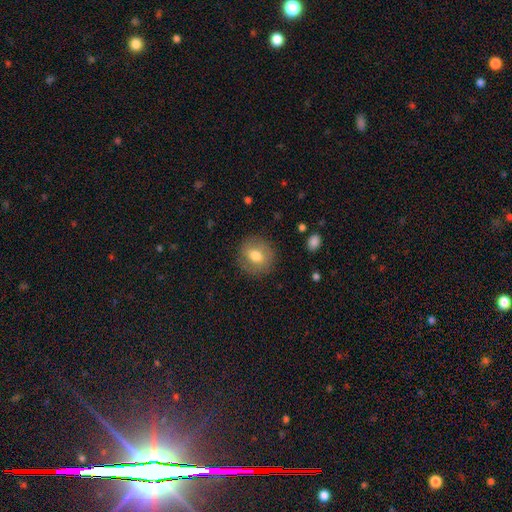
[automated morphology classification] Smooth or featured? smooth (69%)
How rounded? round (81%)
Merging? none (84%)